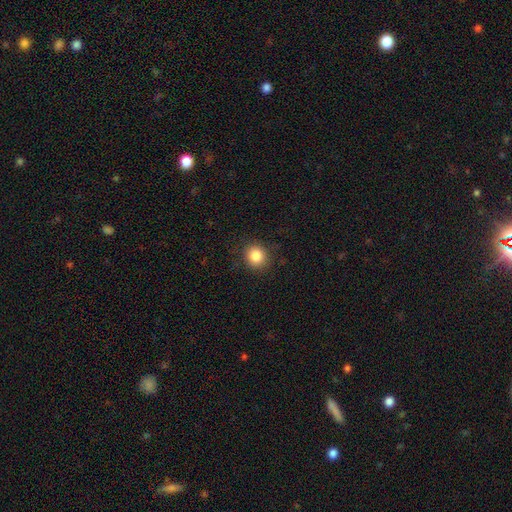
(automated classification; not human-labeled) Smooth or featured? Predicted: smooth (p=0.85). How rounded? Predicted: round (p=0.82). Merging? Predicted: none (p=0.88).